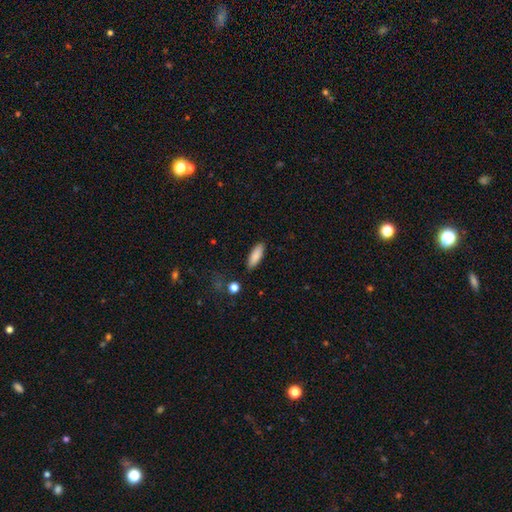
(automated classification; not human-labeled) Smooth or featured? Predicted: smooth (p=0.86). How rounded? Predicted: in between (p=0.62). Merging? Predicted: none (p=0.87).